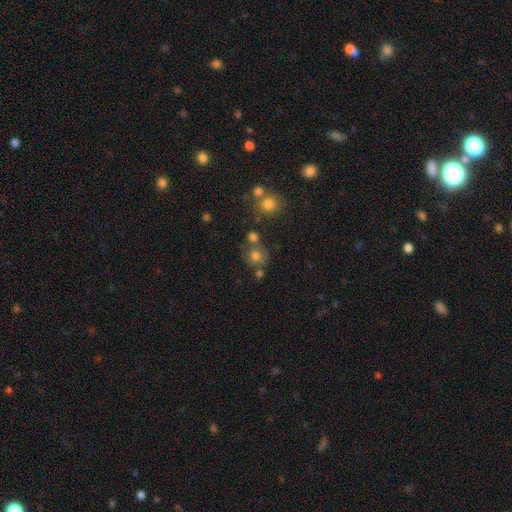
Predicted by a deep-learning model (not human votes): This appears to be a smooth galaxy with no disk features (74%) that is round (86%). Merging: none (62%).